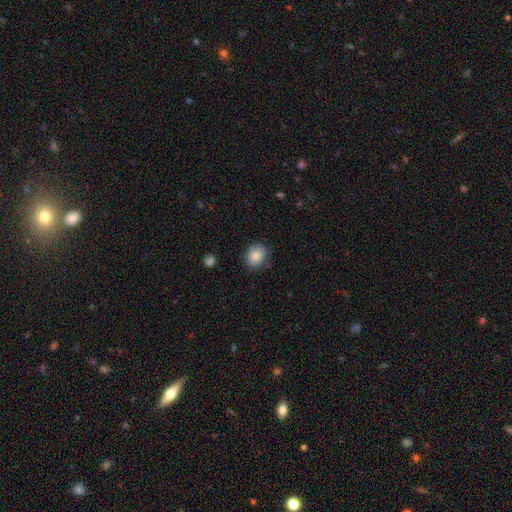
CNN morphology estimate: Q: Smooth or featured?
A: smooth (85%); runner-up: star or artifact (9%)
Q: How rounded?
A: round (55%); runner-up: in between (45%)
Q: Merging?
A: none (84%); runner-up: minor disturbance (12%)